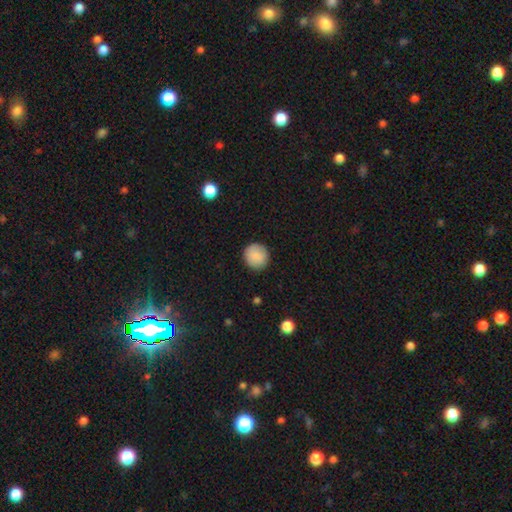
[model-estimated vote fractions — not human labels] Q: Smooth or featured?
A: smooth (87%); runner-up: star or artifact (7%)
Q: How rounded?
A: round (93%); runner-up: in between (6%)
Q: Merging?
A: none (90%); runner-up: minor disturbance (7%)